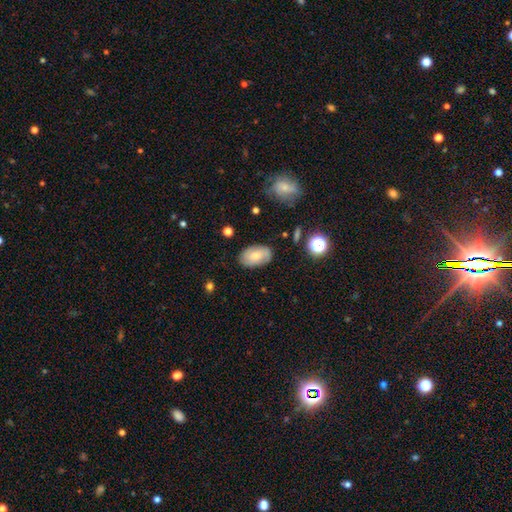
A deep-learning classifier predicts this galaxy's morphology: This appears to be a smooth galaxy with no disk features (59%) that is in between round and cigar-shaped (91%). Merging: none (78%).